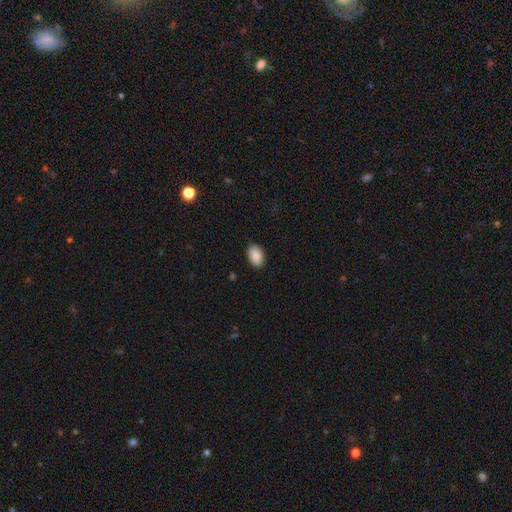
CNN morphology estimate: Q: Smooth or featured?
A: smooth (89%); runner-up: star or artifact (7%)
Q: How rounded?
A: in between (91%); runner-up: round (8%)
Q: Merging?
A: none (88%); runner-up: minor disturbance (9%)